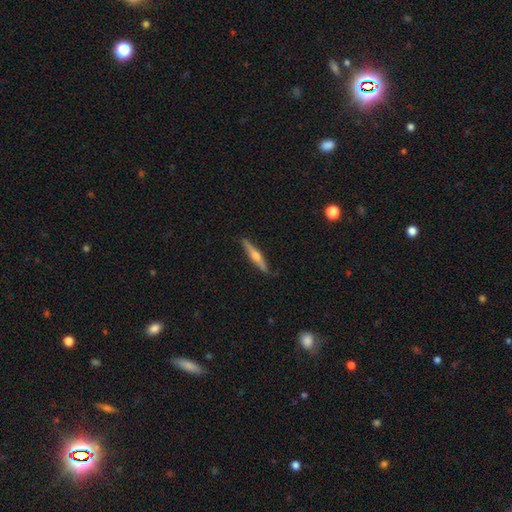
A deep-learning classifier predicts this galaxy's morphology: Smooth or featured?
  - featured or disk: 67% *
  - smooth: 27%
  - star or artifact: 6%
Edge-on disk?
  - yes: 97% *
  - no: 3%
Edge-on bulge?
  - rounded: 90% *
  - none: 6%
  - boxy: 4%
Merging?
  - none: 89% *
  - minor disturbance: 8%
  - major disturbance: 2%
  - merger: 1%